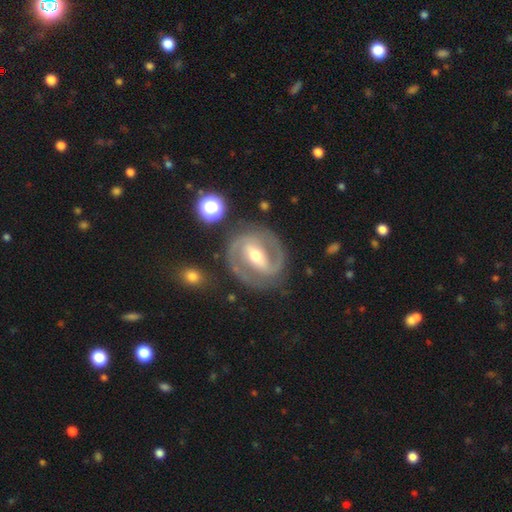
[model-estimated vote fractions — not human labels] Overall: featured or disk (89%). Edge-on disk: no (97%). Bar: strong (59%; weak 30%). Spiral arms: yes (96%). Spiral arm count: 2 (91%). Spiral winding: medium (49%; tight 42%). Bulge size: moderate (67%). Merging: none (82%).